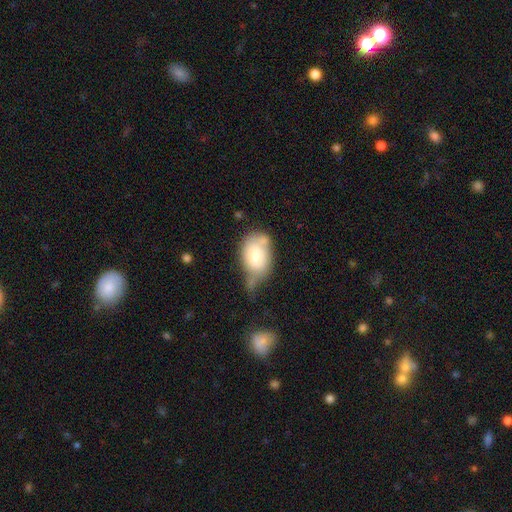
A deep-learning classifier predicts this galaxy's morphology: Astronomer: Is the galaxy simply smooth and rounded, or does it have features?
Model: smooth — 73%.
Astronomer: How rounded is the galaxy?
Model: in between — 84%.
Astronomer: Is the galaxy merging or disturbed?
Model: minor disturbance — 30% (runner-up: none, 26%).